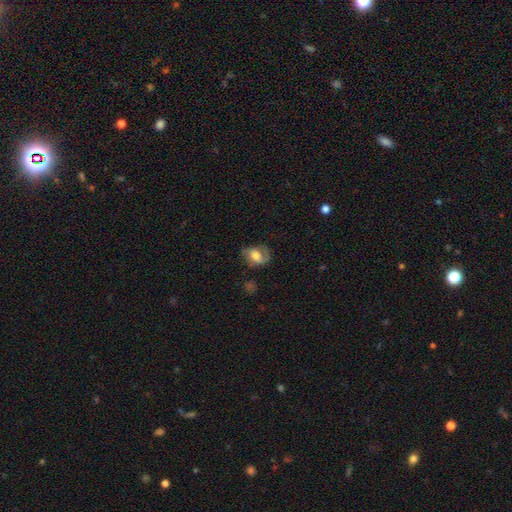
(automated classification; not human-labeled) Smooth or featured?
  - smooth: 54% *
  - featured or disk: 38%
  - star or artifact: 8%
How rounded?
  - in between: 70% *
  - round: 28%
  - cigar-shaped: 2%
Merging?
  - none: 52% *
  - minor disturbance: 29%
  - major disturbance: 17%
  - merger: 2%